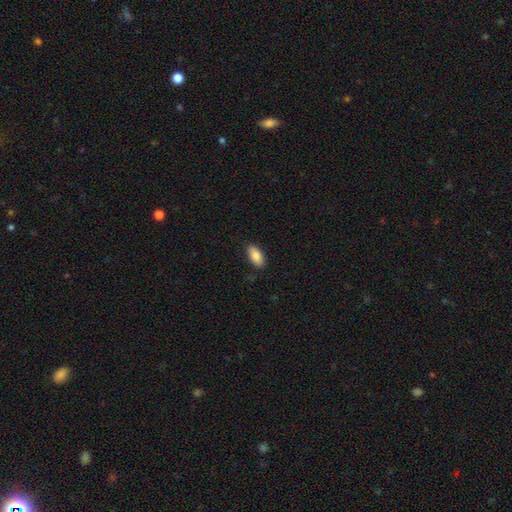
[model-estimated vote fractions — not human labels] smooth_or_featured: smooth (p=0.86) [alt: featured or disk p=0.08]
how_rounded: in between (p=0.91) [alt: cigar-shaped p=0.07]
merging: none (p=0.86) [alt: minor disturbance p=0.11]